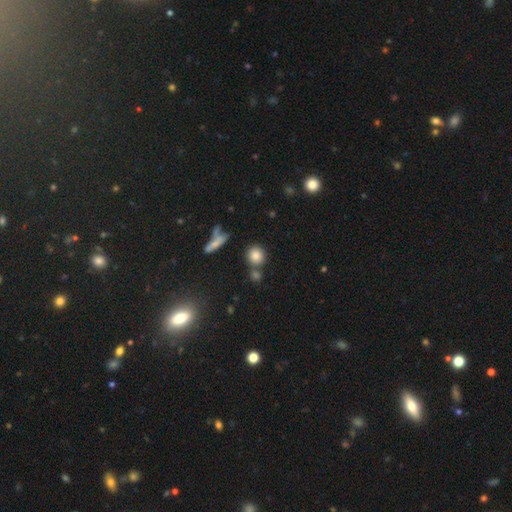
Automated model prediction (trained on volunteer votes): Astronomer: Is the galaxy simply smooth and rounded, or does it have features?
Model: smooth — 81%.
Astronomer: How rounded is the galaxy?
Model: round — 82%.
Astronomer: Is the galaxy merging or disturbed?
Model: none — 66%.